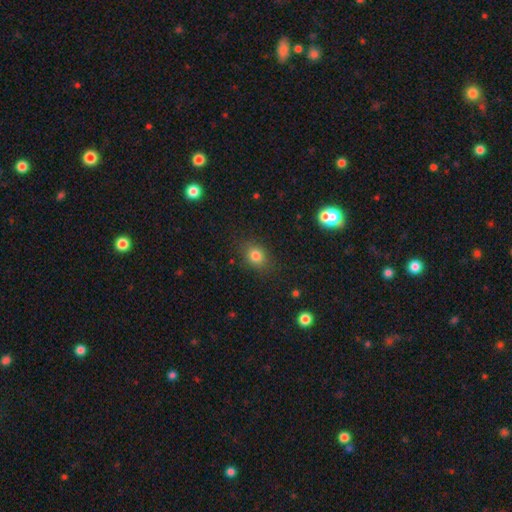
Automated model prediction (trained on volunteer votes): smooth 81%, star or artifact 12%, featured or disk 7%. Down the decision tree: how rounded — in between (50%); merging — none (83%).